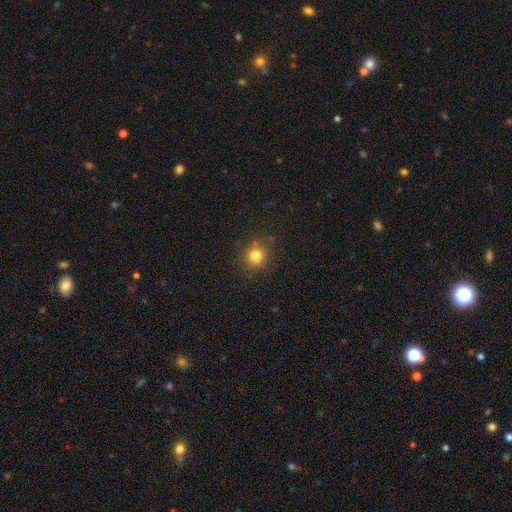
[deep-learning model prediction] Overall: smooth (79%). How rounded: round (87%). Merging: none (83%).